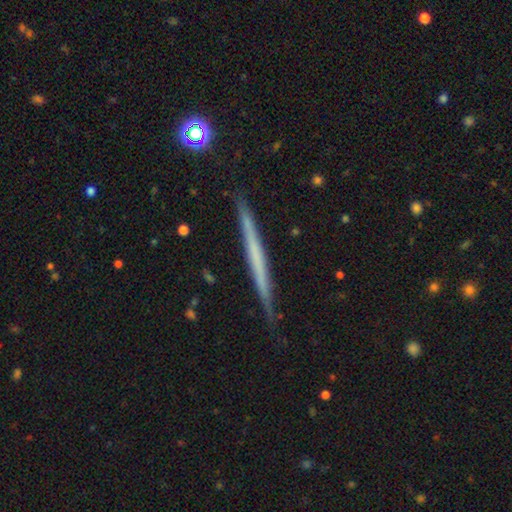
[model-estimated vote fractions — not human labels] A featured or disk galaxy (55%) viewed edge-on (97%) with no central bulge (92%). Merging: none (89%).